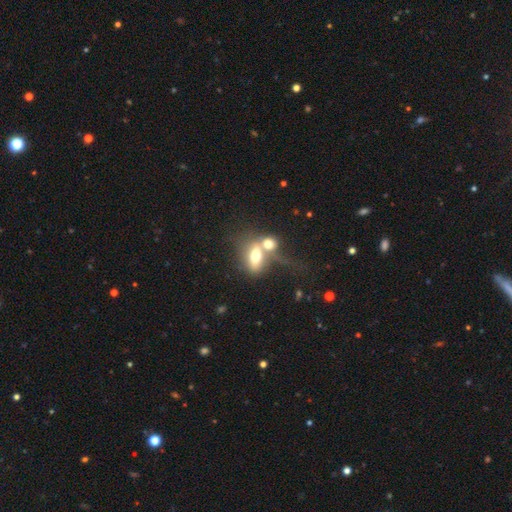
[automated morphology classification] smooth 63%, featured or disk 27%, star or artifact 9%. Down the decision tree: how rounded — in between (76%); merging — merger (62%).